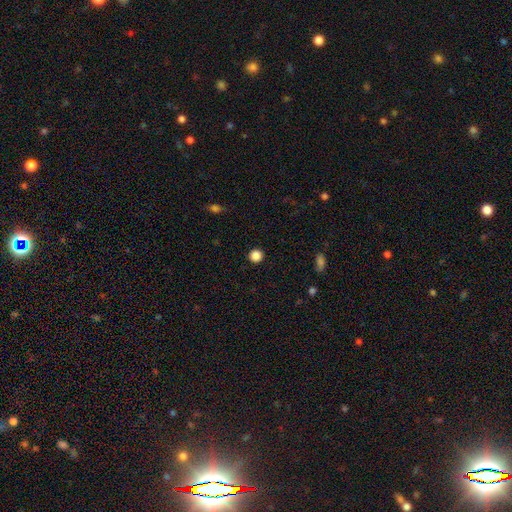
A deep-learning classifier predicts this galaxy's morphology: smooth 86%, star or artifact 11%, featured or disk 3%. Down the decision tree: how rounded — round (95%); merging — none (93%).